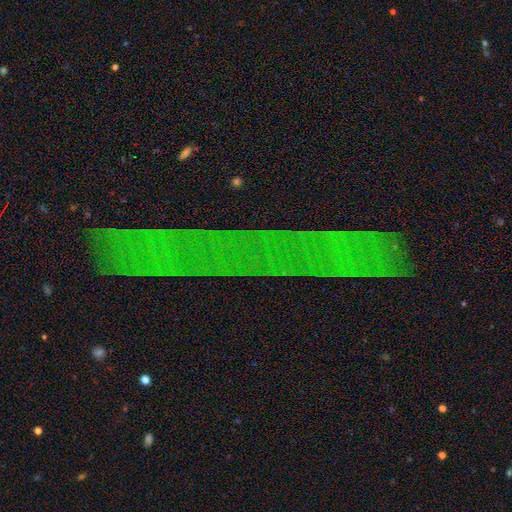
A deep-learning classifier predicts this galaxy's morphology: This appears to be a star or artifact, not a galaxy (73%).